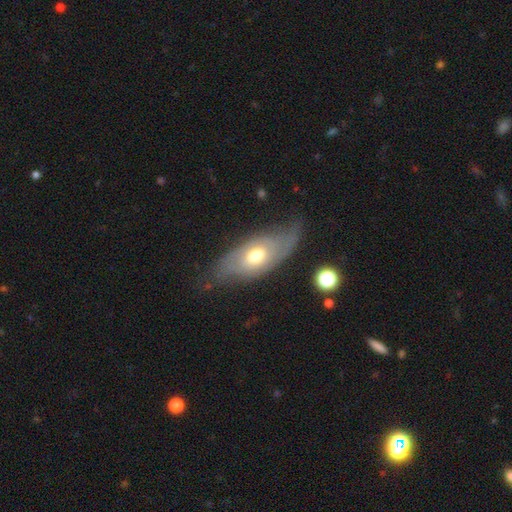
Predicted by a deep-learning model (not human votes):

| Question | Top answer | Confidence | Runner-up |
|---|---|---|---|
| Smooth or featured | featured or disk | 58% | smooth (35%) |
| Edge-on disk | no | 81% | yes (19%) |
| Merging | none | 59% | minor disturbance (24%) |